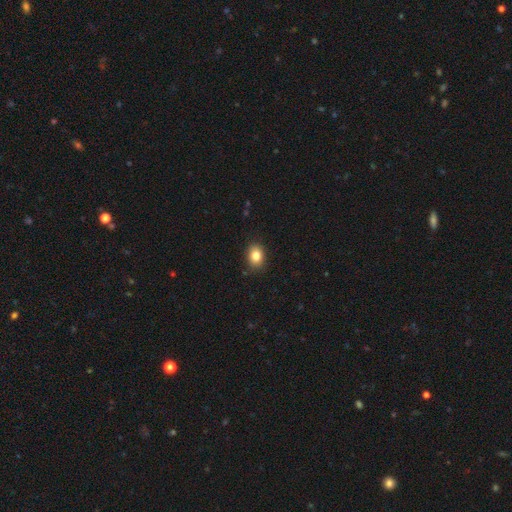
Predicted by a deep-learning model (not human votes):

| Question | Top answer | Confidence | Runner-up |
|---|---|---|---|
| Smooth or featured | smooth | 84% | star or artifact (9%) |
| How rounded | in between | 64% | round (35%) |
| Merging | none | 86% | minor disturbance (11%) |